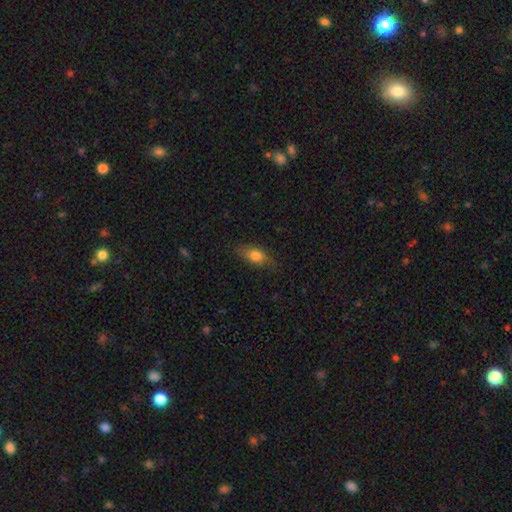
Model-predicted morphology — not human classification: smooth-or-featured: smooth: 75% | featured or disk: 17% | star or artifact: 8%
  how-rounded: in between: 78% | cigar-shaped: 13% | round: 9%
  merging: none: 75% | minor disturbance: 19% | major disturbance: 4% | merger: 1%